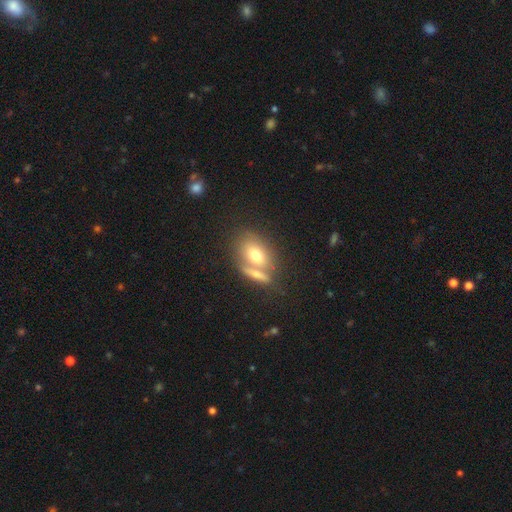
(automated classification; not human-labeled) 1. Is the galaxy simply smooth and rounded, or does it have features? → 68% smooth, 23% featured or disk, 9% star or artifact.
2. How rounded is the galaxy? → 71% in between, 22% round, 7% cigar-shaped.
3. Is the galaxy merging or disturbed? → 43% merger, 41% none, 11% minor disturbance, 5% major disturbance.